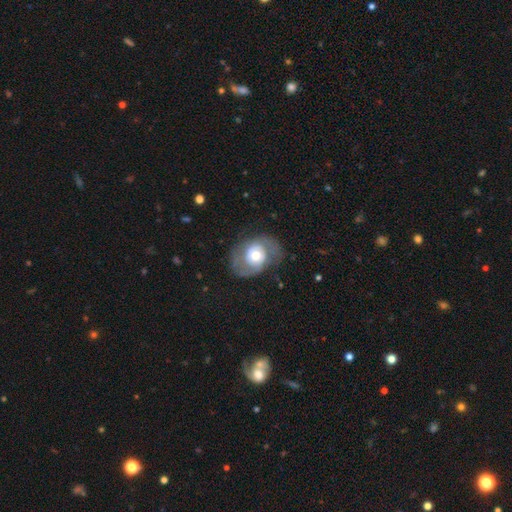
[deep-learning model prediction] smooth_or_featured: featured or disk (p=0.70) [alt: smooth p=0.24]
disk_edge_on: no (p=0.97) [alt: yes p=0.03]
bar: no (p=0.75) [alt: weak p=0.20]
has_spiral_arms: yes (p=0.75) [alt: no p=0.25]
spiral_winding: medium (p=0.44) [alt: tight p=0.31]
spiral_arm_count: 2 (p=0.81) [alt: can't tell p=0.09]
bulge_size: moderate (p=0.67) [alt: large p=0.19]
merging: none (p=0.62) [alt: minor disturbance p=0.19]